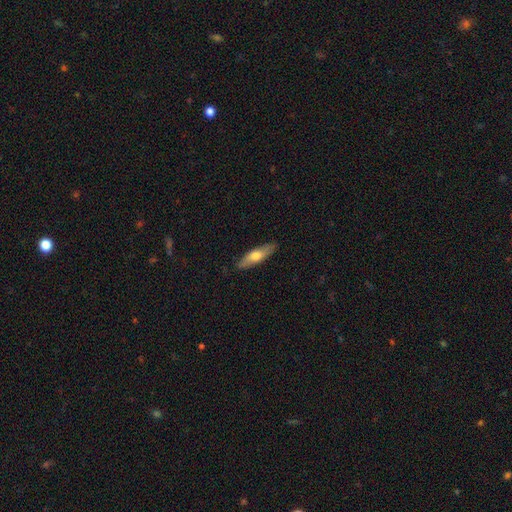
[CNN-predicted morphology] Overall: smooth (60%; featured or disk 35%). How rounded: cigar-shaped (59%; in between 38%). Merging: none (86%).